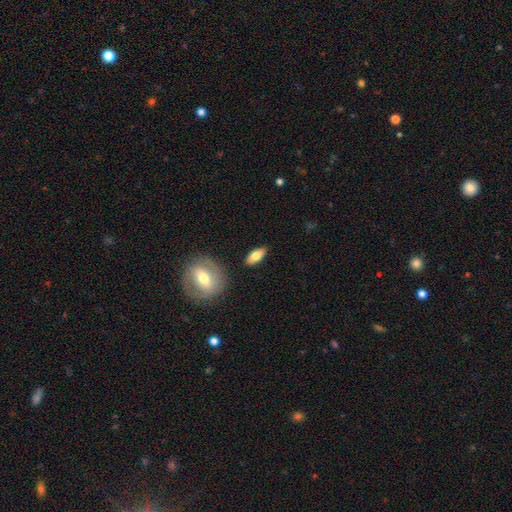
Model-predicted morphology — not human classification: This appears to be a smooth galaxy with no disk features (73%) that is in between round and cigar-shaped (80%). Merging: none (86%).